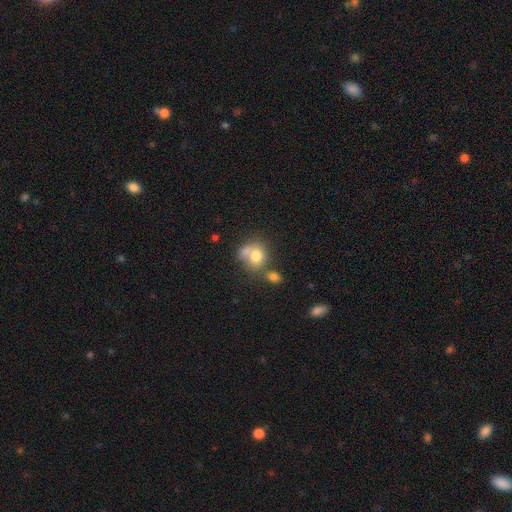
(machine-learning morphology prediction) Q: Smooth or featured?
A: smooth (75%); runner-up: featured or disk (16%)
Q: How rounded?
A: round (71%); runner-up: in between (28%)
Q: Merging?
A: merger (43%); runner-up: none (36%)